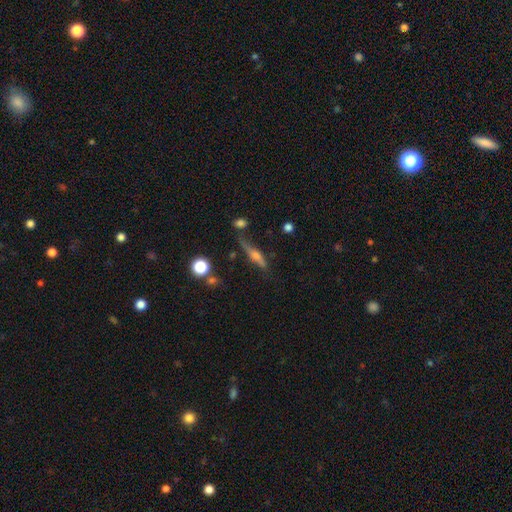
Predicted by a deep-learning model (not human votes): smooth-or-featured: featured or disk: 60% | smooth: 30% | star or artifact: 11%
  disk-edge-on: yes: 92% | no: 8%
    edge-on-bulge: rounded: 86% | boxy: 8% | none: 7%
  merging: none: 67% | minor disturbance: 18% | merger: 8% | major disturbance: 7%